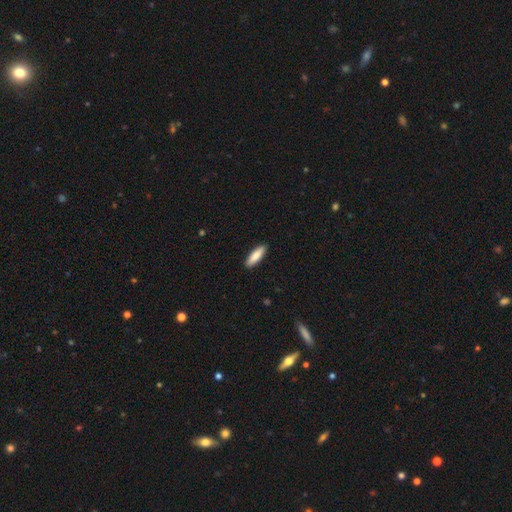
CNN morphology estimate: Smooth or featured? Predicted: smooth (p=0.85). How rounded? Predicted: cigar-shaped (p=0.57). Merging? Predicted: none (p=0.91).